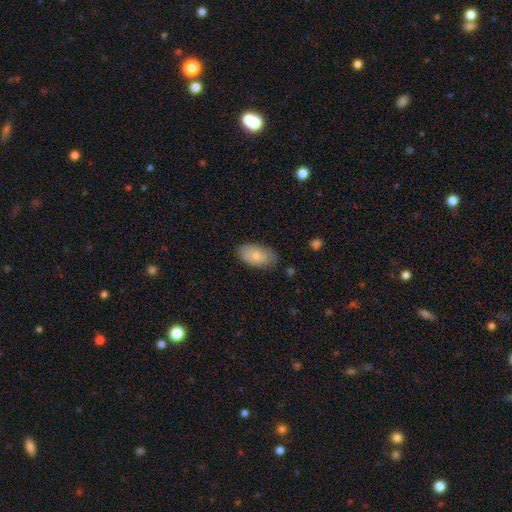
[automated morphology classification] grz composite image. It shows a smooth galaxy with no disk features (82%) that is in between round and cigar-shaped (94%). Merging: none (77%).